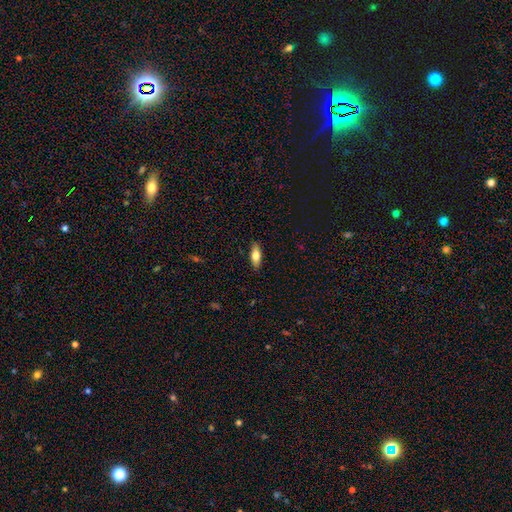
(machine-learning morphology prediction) Overall: smooth (74%). How rounded: in between (70%). Merging: none (88%).